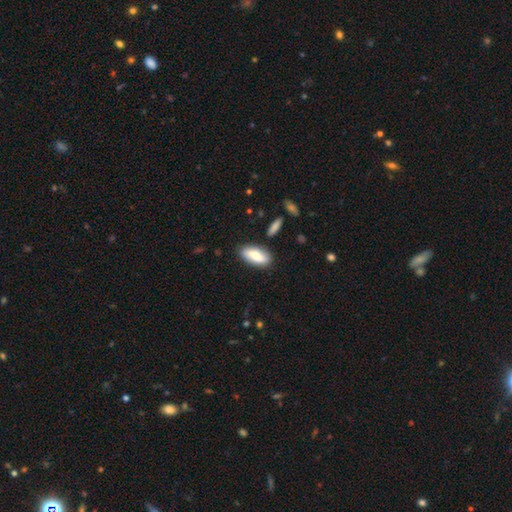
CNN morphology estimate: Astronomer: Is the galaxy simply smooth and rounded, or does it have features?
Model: smooth — 72%.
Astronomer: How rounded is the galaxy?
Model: in between — 84%.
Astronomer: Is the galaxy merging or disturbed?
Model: none — 81%.